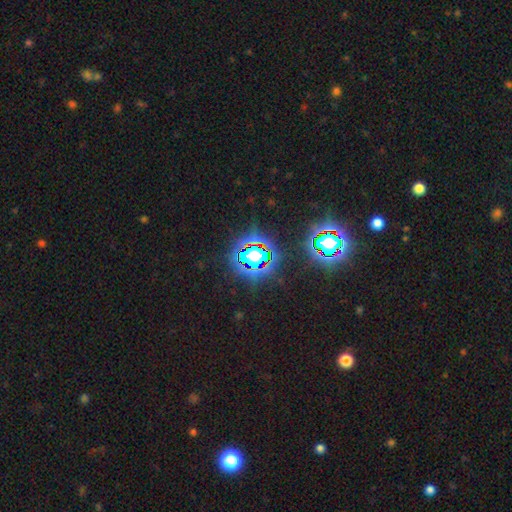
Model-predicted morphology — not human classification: Smooth or featured? star or artifact (79%)